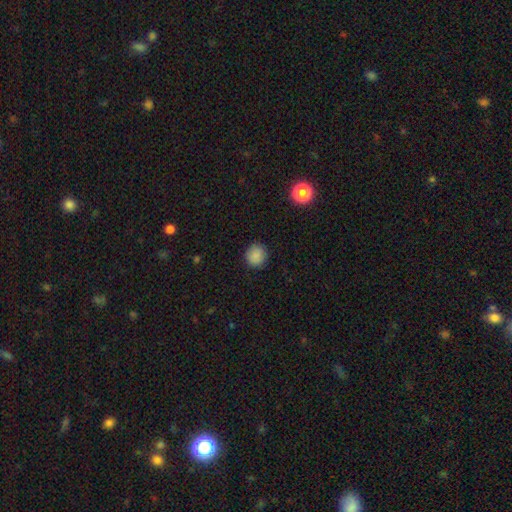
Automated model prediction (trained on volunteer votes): A smooth galaxy with no disk features (87%) that is round (91%).

Vote fractions:
- Smooth or featured? smooth: 87% / star or artifact: 10% / featured or disk: 3%
- How rounded? round: 91% / in between: 8% / cigar-shaped: 1%
- Merging? none: 90% / minor disturbance: 7% / major disturbance: 2% / merger: 1%